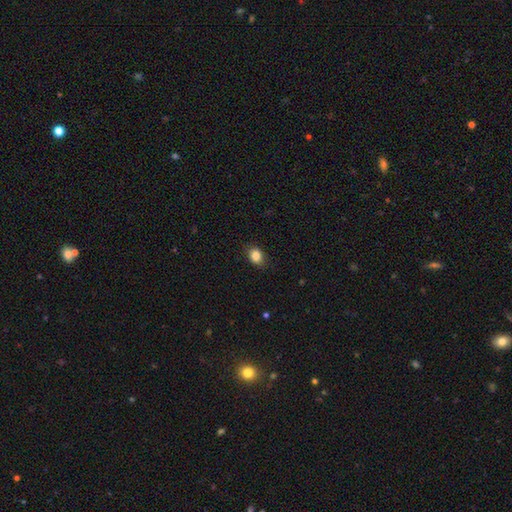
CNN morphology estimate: Q: Smooth or featured?
A: smooth (85%); runner-up: star or artifact (10%)
Q: How rounded?
A: in between (55%); runner-up: round (44%)
Q: Merging?
A: none (86%); runner-up: minor disturbance (11%)